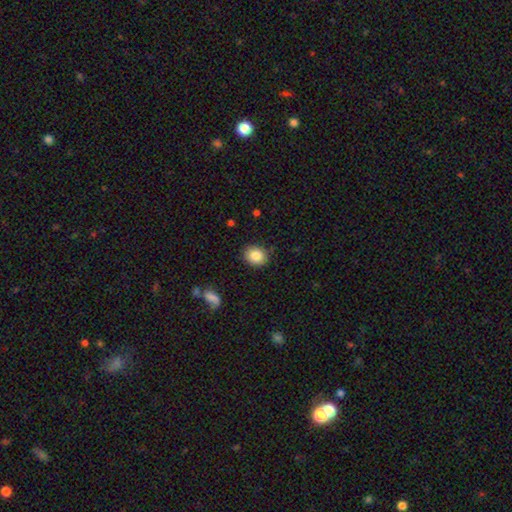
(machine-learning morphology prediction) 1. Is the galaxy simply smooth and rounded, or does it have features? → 86% smooth, 9% star or artifact, 6% featured or disk.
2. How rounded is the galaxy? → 62% round, 37% in between, 1% cigar-shaped.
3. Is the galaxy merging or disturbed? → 88% none, 8% minor disturbance, 2% major disturbance, 1% merger.